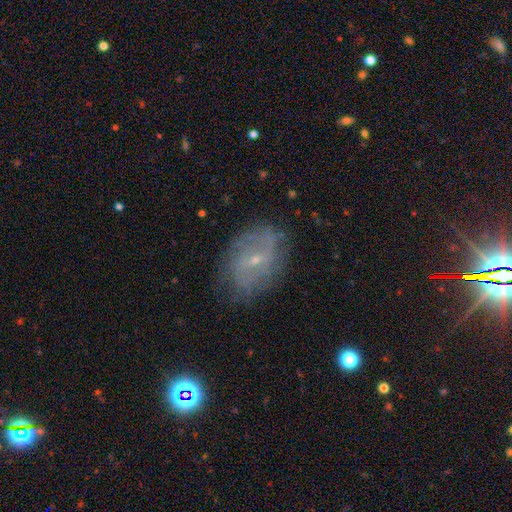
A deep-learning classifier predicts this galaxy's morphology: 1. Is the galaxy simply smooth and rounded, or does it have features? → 65% featured or disk, 20% smooth, 16% star or artifact.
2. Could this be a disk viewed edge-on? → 95% no, 5% yes.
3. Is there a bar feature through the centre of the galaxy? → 47% weak, 38% no, 15% strong.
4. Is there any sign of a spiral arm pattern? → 81% yes, 19% no.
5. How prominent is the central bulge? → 77% small, 18% moderate, 3% none, 1% large, 1% dominant.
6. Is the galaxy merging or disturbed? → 76% none, 17% minor disturbance, 6% major disturbance, 1% merger.